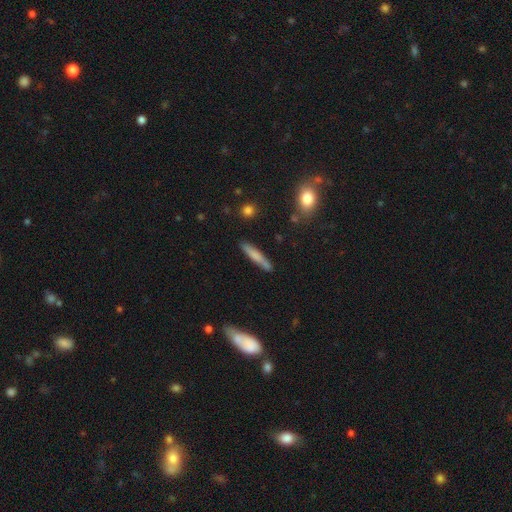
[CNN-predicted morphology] smooth-or-featured: smooth: 66% | featured or disk: 27% | star or artifact: 7%
  how-rounded: cigar-shaped: 91% | in between: 7% | round: 2%
  merging: none: 80% | minor disturbance: 12% | merger: 5% | major disturbance: 3%